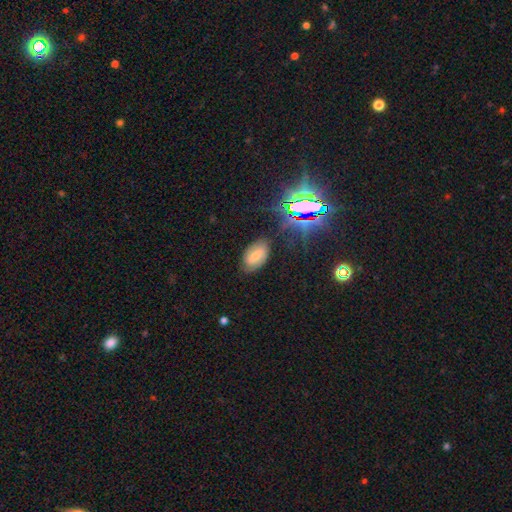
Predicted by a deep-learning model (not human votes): Smooth or featured? smooth (52%)
How rounded? in between (92%)
Merging? none (77%)